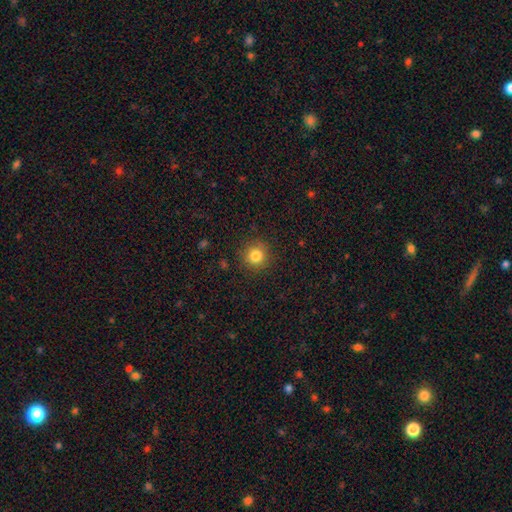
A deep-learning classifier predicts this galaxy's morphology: The model was most divided on "smooth or featured": smooth: 82%, star or artifact: 12%, featured or disk: 6%. More confident: how rounded — round (94%); merging — none (89%).